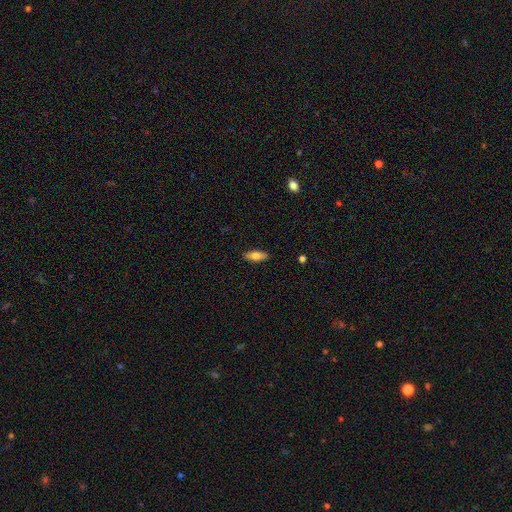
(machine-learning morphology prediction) Smooth or featured? Predicted: smooth (p=0.74). How rounded? Predicted: in between (p=0.69). Merging? Predicted: none (p=0.89).